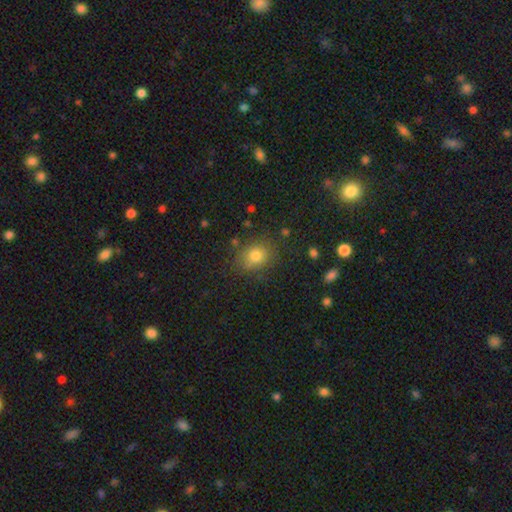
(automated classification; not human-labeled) This is likely a smooth galaxy (78%). How rounded: possibly round (54%). Merging: likely none (78%).